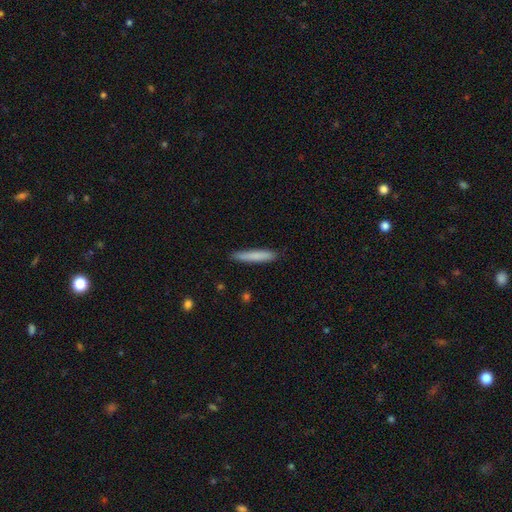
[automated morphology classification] Overall: smooth (80%). How rounded: cigar-shaped (94%). Merging: none (88%).